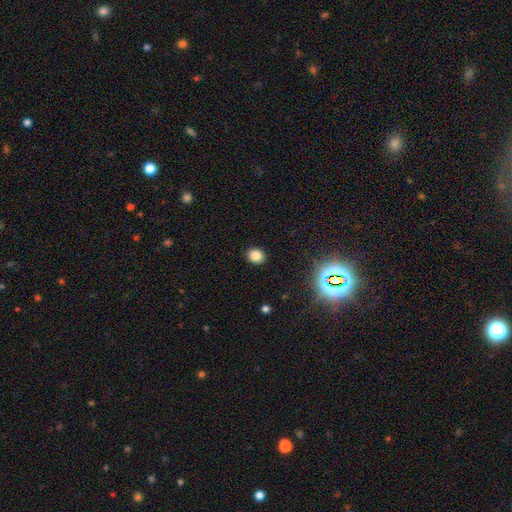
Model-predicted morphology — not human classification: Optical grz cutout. It shows a smooth galaxy with no disk features (81%) that is round (65%). Merging: none (91%).